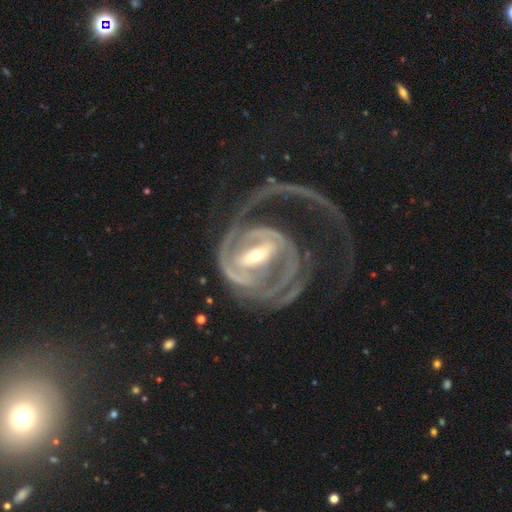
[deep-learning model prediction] A featured or disk galaxy (90%) with a strong bar (59%), 2 (49%) tight (42%) spiral arms (94%) and a small central bulge (53%). Merging: major disturbance (58%).